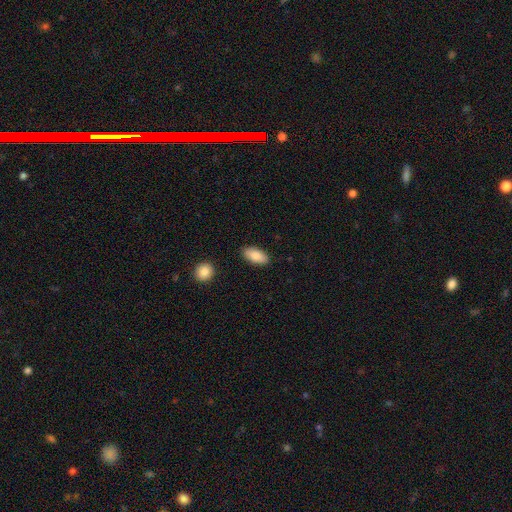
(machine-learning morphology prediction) Smooth or featured? smooth (85%)
How rounded? in between (92%)
Merging? none (87%)